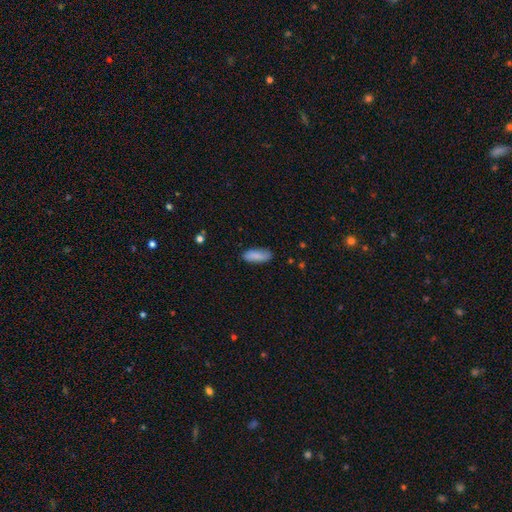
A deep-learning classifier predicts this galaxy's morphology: smooth_or_featured: smooth (p=0.87) [alt: featured or disk p=0.07]
how_rounded: in between (p=0.72) [alt: cigar-shaped p=0.26]
merging: none (p=0.81) [alt: minor disturbance p=0.15]